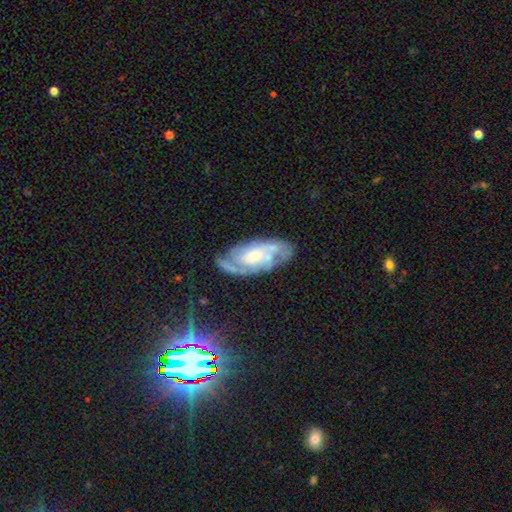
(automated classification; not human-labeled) Smooth or featured?
  - featured or disk: 77% *
  - smooth: 15%
  - star or artifact: 7%
Edge-on disk?
  - no: 94% *
  - yes: 6%
Bar?
  - no: 66% *
  - weak: 27%
  - strong: 7%
Spiral arms?
  - yes: 91% *
  - no: 9%
Spiral winding?
  - tight: 48% *
  - medium: 40%
  - loose: 13%
Spiral arm count?
  - 2: 40% *
  - can't tell: 29%
  - 3: 17%
  - 1: 5%
  - 4: 5%
  - more than 4: 3%
Bulge size?
  - small: 46% *
  - moderate: 35%
  - none: 10%
  - large: 8%
  - dominant: 2%
Merging?
  - none: 66% *
  - minor disturbance: 21%
  - major disturbance: 9%
  - merger: 4%